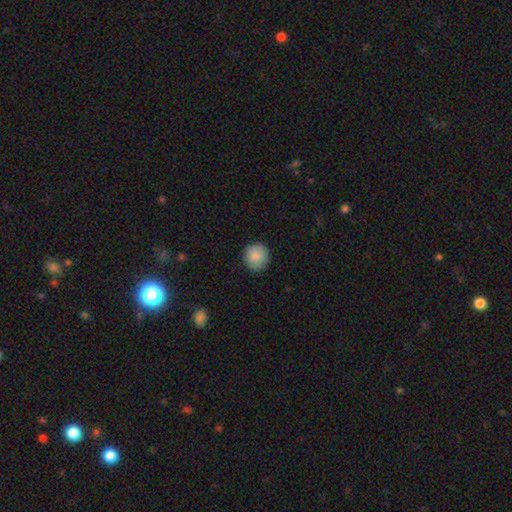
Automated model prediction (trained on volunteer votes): This appears to be a smooth galaxy with no disk features (87%) that is round (92%). Merging: none (88%).